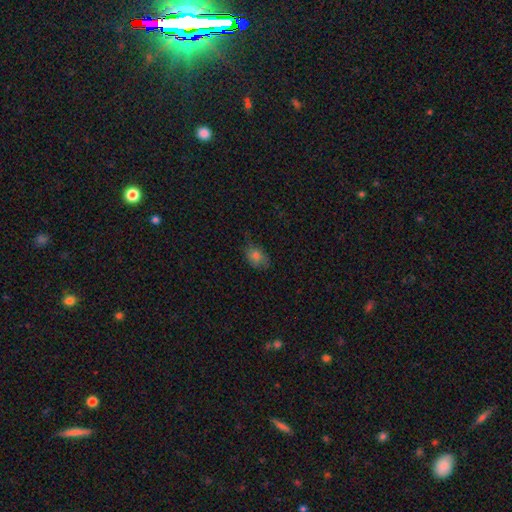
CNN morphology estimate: A smooth galaxy with no disk features (76%) that is in between round and cigar-shaped (74%). Merging: none (61%).